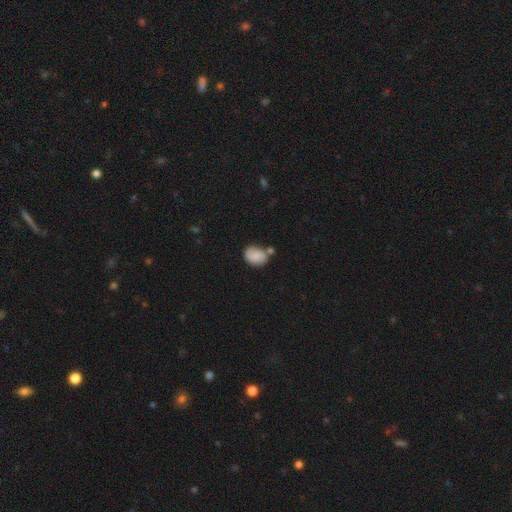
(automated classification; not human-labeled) A smooth galaxy with no disk features (76%) that is in between round and cigar-shaped (67%). Merging: none (48%).